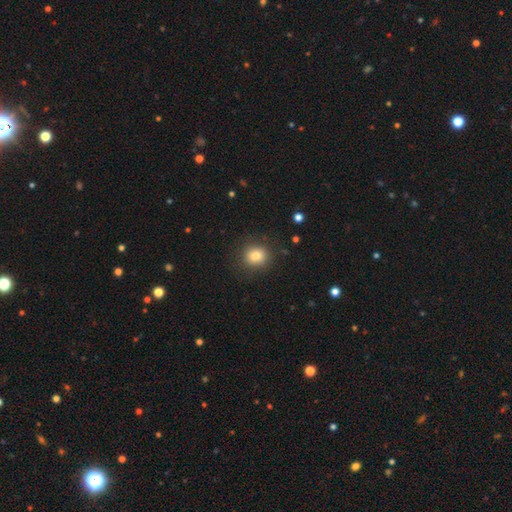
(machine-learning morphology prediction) Q: Smooth or featured?
A: smooth (81%); runner-up: star or artifact (11%)
Q: How rounded?
A: round (81%); runner-up: in between (18%)
Q: Merging?
A: none (87%); runner-up: minor disturbance (9%)